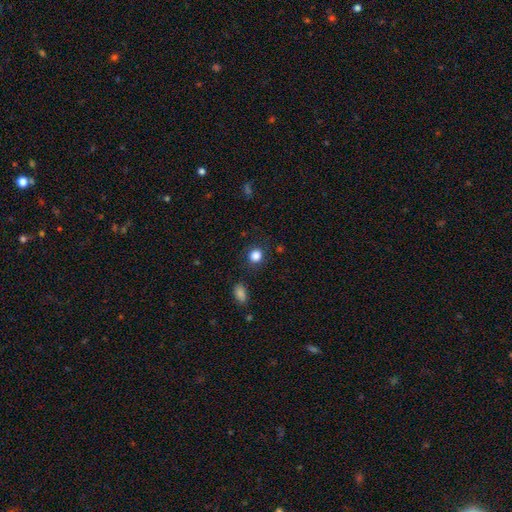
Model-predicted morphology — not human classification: type=smooth (86%); roundness=round (80%); merging=none (85%).